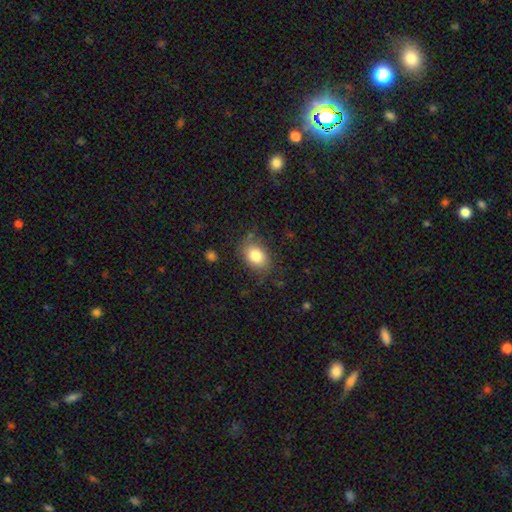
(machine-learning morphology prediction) A smooth galaxy with no disk features (82%) that is in between round and cigar-shaped (80%).

Vote fractions:
- Smooth or featured? smooth: 82% / featured or disk: 10% / star or artifact: 8%
- How rounded? in between: 80% / round: 19% / cigar-shaped: 1%
- Merging? none: 79% / minor disturbance: 15% / major disturbance: 4% / merger: 2%